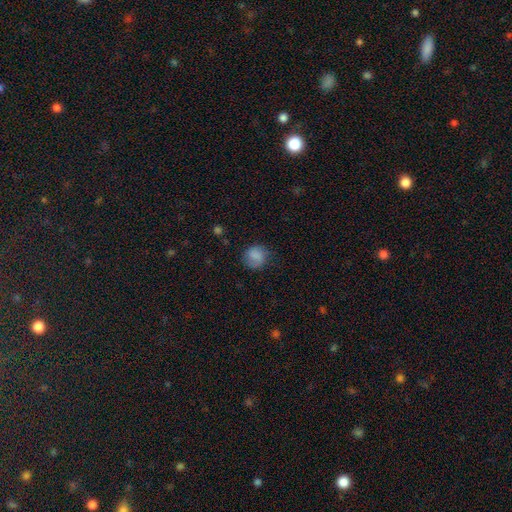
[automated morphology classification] Overall: smooth (79%). How rounded: round (83%). Merging: none (73%).